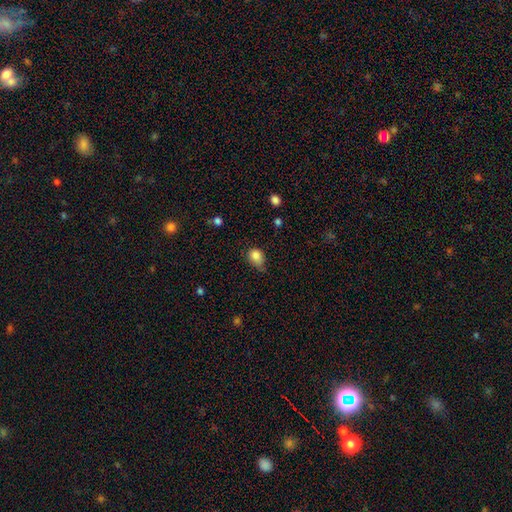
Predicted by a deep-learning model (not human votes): smooth 84%, star or artifact 10%, featured or disk 6%. Down the decision tree: how rounded — round (52%); merging — none (43%).